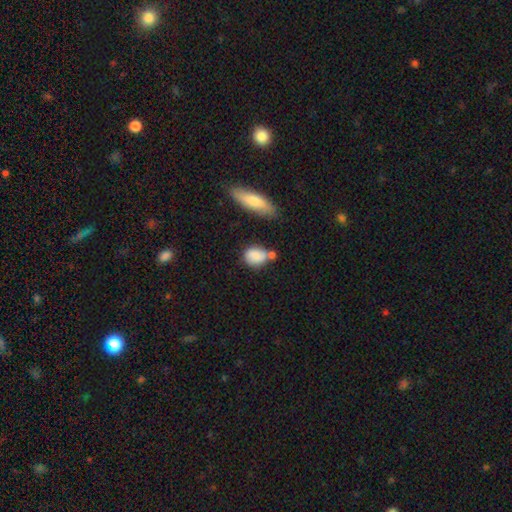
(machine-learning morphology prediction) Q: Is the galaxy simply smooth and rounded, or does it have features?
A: smooth — 83%.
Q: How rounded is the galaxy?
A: in between — 58%.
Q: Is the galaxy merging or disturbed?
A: none — 47%.